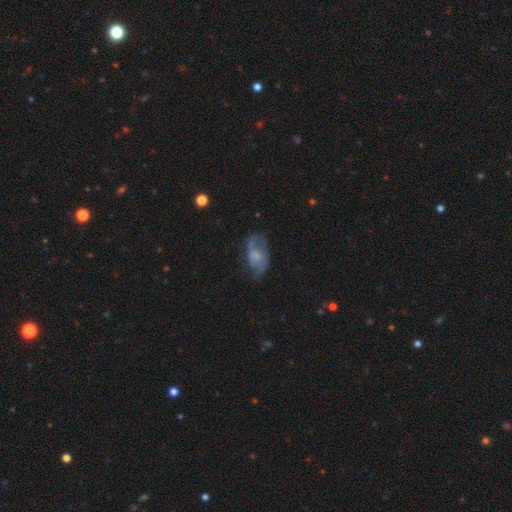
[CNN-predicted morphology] Smooth or featured: featured or disk — 62% (smooth — 29%)
Edge-on disk: no — 95% (yes — 5%)
Bar: no — 63% (weak — 31%)
Spiral arms: yes — 76% (no — 24%)
Bulge size: none — 34% (small — 32%)
Merging: none — 55% (minor disturbance — 25%)